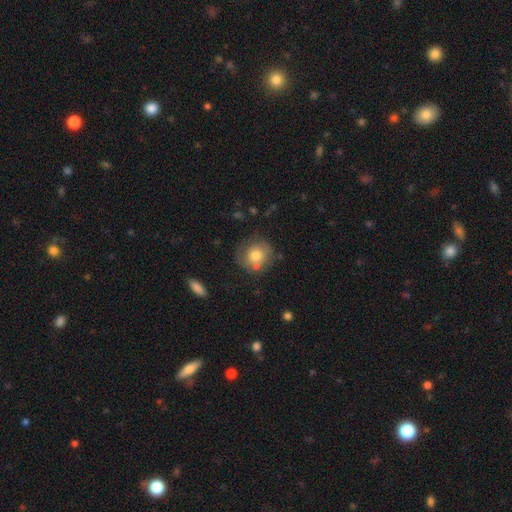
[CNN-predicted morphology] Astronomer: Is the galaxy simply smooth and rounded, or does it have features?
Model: smooth — 70%.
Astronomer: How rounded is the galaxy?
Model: round — 85%.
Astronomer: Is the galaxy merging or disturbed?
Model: none — 61%.